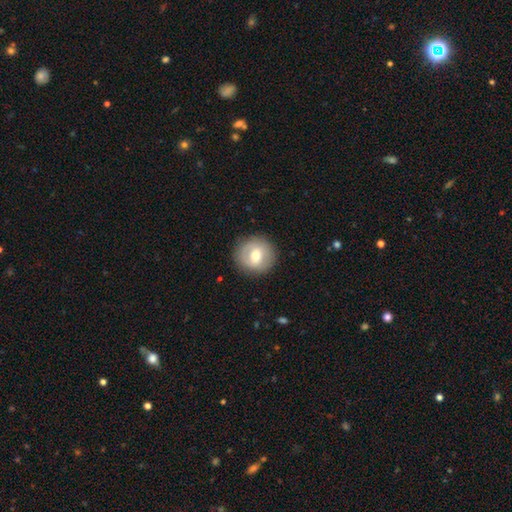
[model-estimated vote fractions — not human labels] Q: Smooth or featured?
A: smooth (55%); runner-up: featured or disk (37%)
Q: How rounded?
A: round (92%); runner-up: in between (7%)
Q: Merging?
A: none (88%); runner-up: minor disturbance (8%)